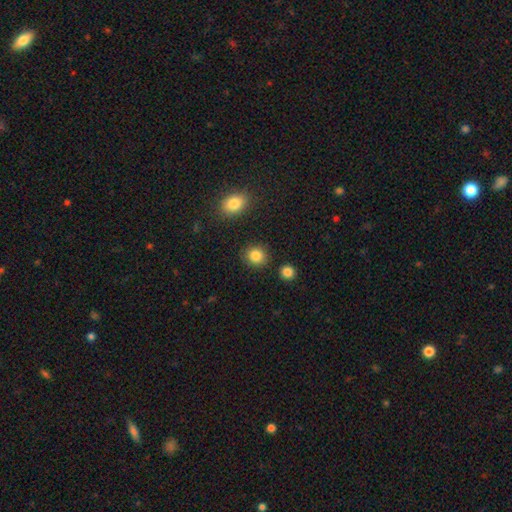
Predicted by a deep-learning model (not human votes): Smooth or featured?
  - smooth: 85% *
  - star or artifact: 10%
  - featured or disk: 5%
How rounded?
  - round: 81% *
  - in between: 18%
  - cigar-shaped: 1%
Merging?
  - none: 86% *
  - minor disturbance: 8%
  - merger: 3%
  - major disturbance: 3%